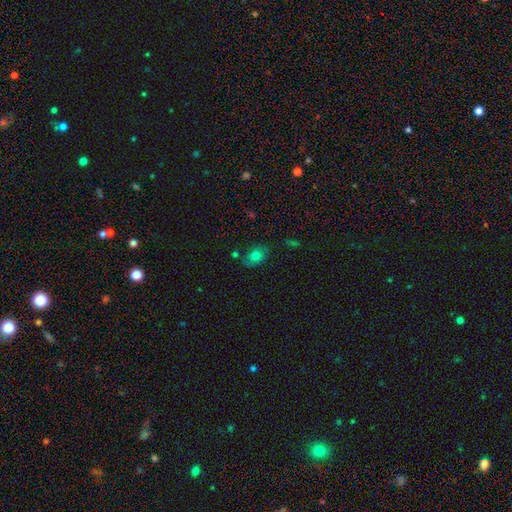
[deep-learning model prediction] Overall: smooth (75%). How rounded: in between (78%). Merging: none (71%).